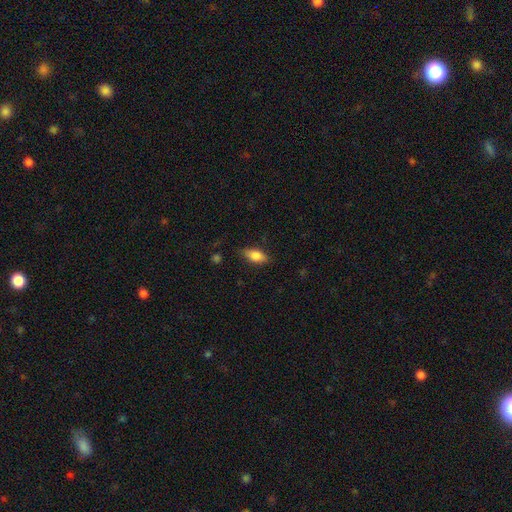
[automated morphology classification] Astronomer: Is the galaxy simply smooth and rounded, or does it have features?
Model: smooth — 83%.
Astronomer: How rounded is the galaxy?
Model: in between — 87%.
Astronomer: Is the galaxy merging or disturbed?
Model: none — 82%.